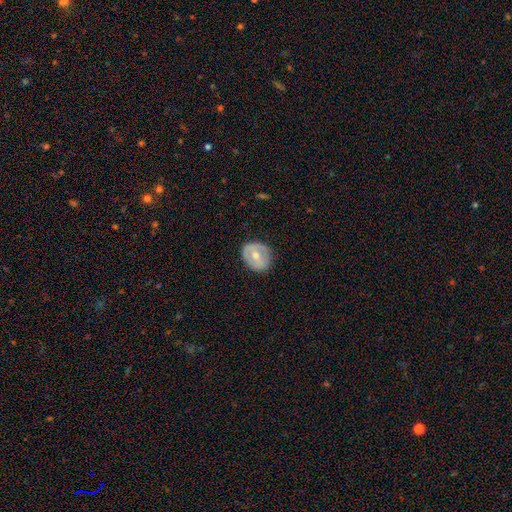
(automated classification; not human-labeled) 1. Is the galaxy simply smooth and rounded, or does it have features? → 47% featured or disk (tied), 47% smooth (tied), 6% star or artifact.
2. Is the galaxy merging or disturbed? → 77% none, 17% minor disturbance, 5% major disturbance, 1% merger.